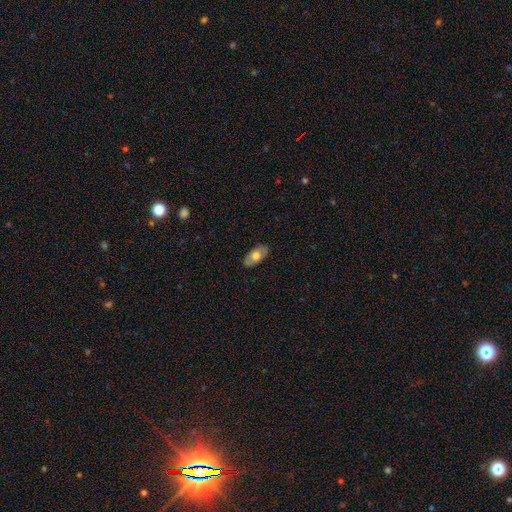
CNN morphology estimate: A smooth galaxy with no disk features (59%) that is in between round and cigar-shaped (92%). Merging: none (84%).